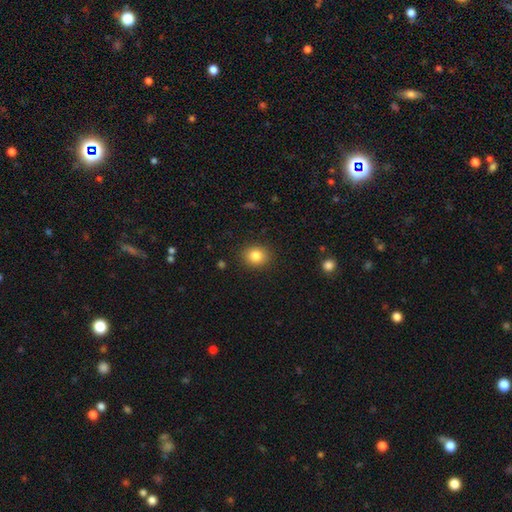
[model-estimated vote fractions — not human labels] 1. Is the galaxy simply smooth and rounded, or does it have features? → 84% smooth, 10% star or artifact, 7% featured or disk.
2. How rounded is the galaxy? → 68% round, 31% in between, 1% cigar-shaped.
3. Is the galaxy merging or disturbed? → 89% none, 7% minor disturbance, 2% major disturbance, 1% merger.